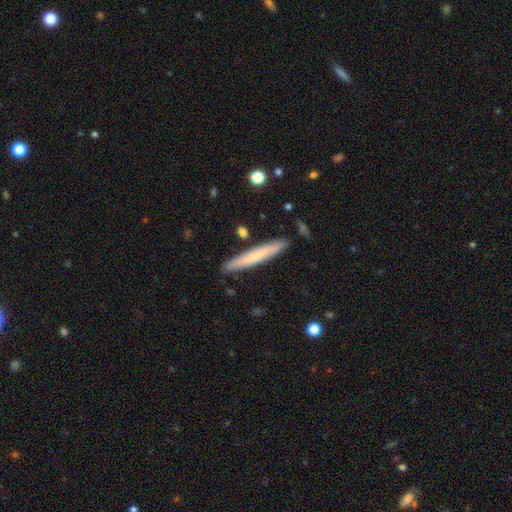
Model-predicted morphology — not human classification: smooth 56%, featured or disk 38%, star or artifact 6%. Down the decision tree: how rounded — cigar-shaped (95%); merging — none (88%).